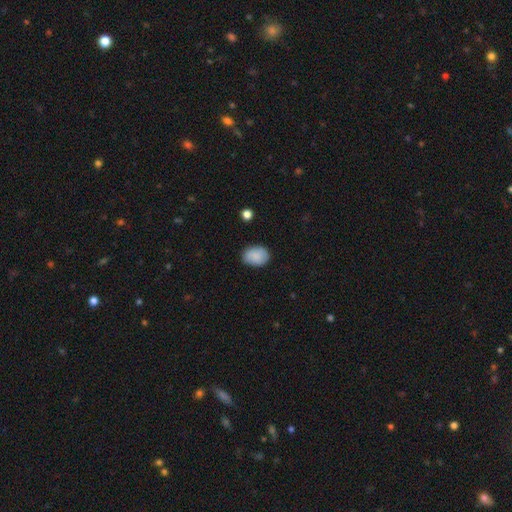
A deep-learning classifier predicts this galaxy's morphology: type=smooth (86%); roundness=in between (72%); merging=none (79%).